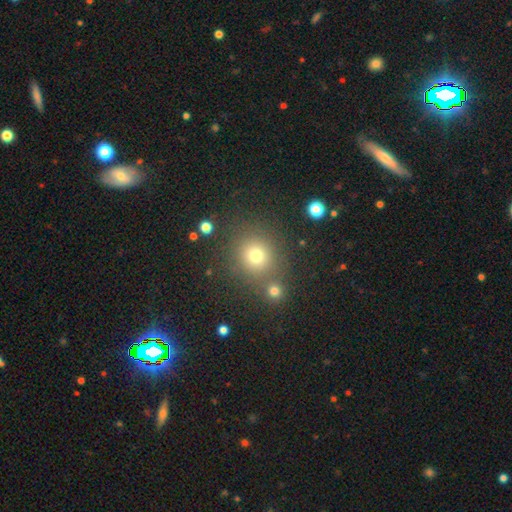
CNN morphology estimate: This appears to be a smooth galaxy with no disk features (73%) that is round (88%). Merging: none (74%).